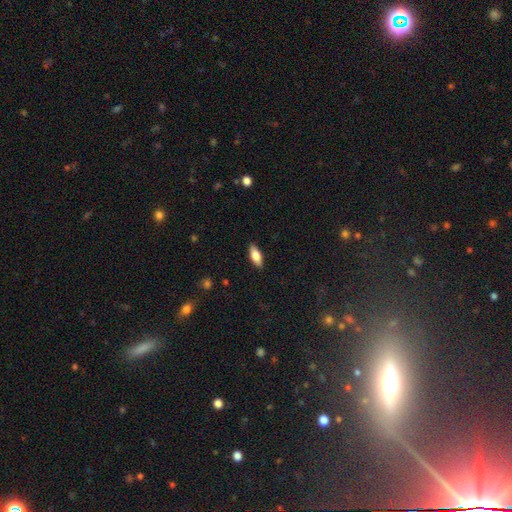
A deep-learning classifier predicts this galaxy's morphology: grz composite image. It shows a smooth galaxy with no disk features (75%) that is in between round and cigar-shaped (76%). Merging: none (89%).